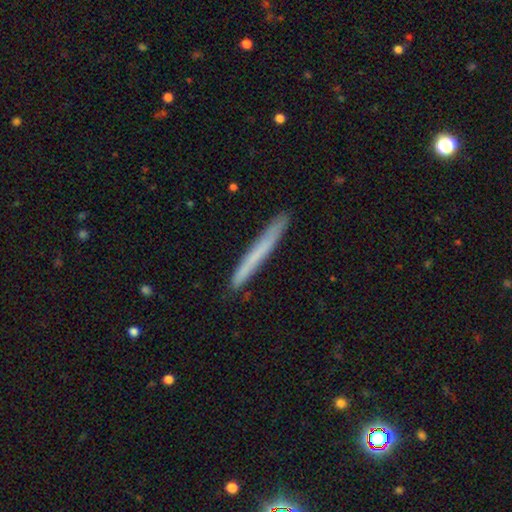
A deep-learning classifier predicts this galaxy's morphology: This is likely a smooth galaxy (62%). How rounded: clearly cigar-shaped (97%). Merging: clearly none (90%).